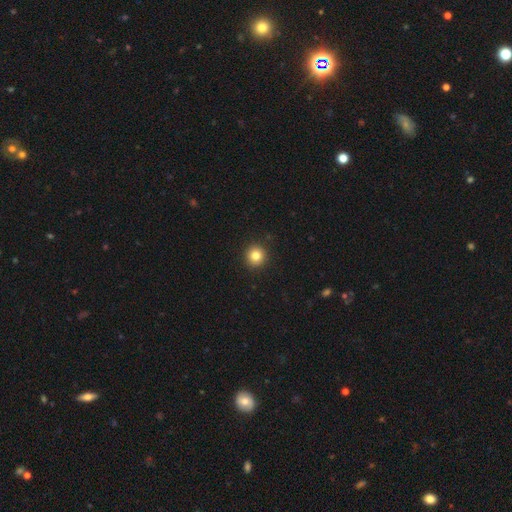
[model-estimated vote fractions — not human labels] Smooth or featured?
  - smooth: 82% *
  - star or artifact: 11%
  - featured or disk: 6%
How rounded?
  - round: 95% *
  - in between: 4%
  - cigar-shaped: 1%
Merging?
  - none: 93% *
  - minor disturbance: 5%
  - major disturbance: 2%
  - merger: 1%